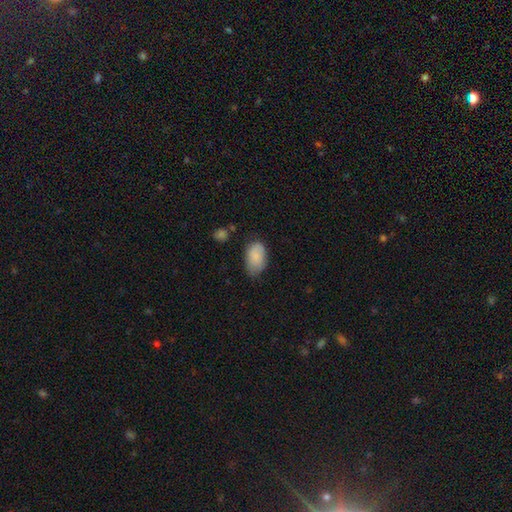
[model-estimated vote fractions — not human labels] The model was most divided on "merging": none: 59%, minor disturbance: 32%, major disturbance: 7%, merger: 2%. More confident: how rounded — in between (92%); smooth or featured — smooth (85%).